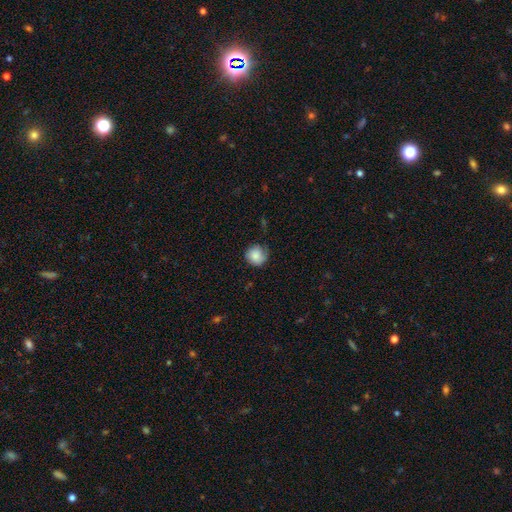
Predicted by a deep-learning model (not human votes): Smooth or featured? smooth (79%)
How rounded? round (88%)
Merging? none (63%)